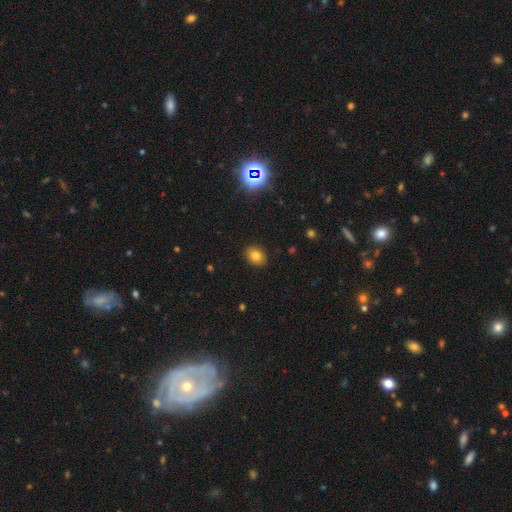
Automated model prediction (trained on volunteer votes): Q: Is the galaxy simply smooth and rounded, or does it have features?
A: smooth — 80%.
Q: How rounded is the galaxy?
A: in between — 54%.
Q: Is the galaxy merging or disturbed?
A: none — 90%.